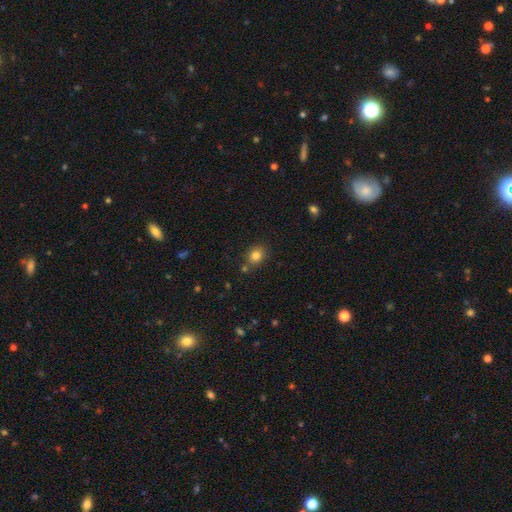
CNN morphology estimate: The model was most divided on "how rounded": round: 63%, in between: 36%, cigar-shaped: 1%. More confident: smooth or featured — smooth (82%); merging — none (78%).